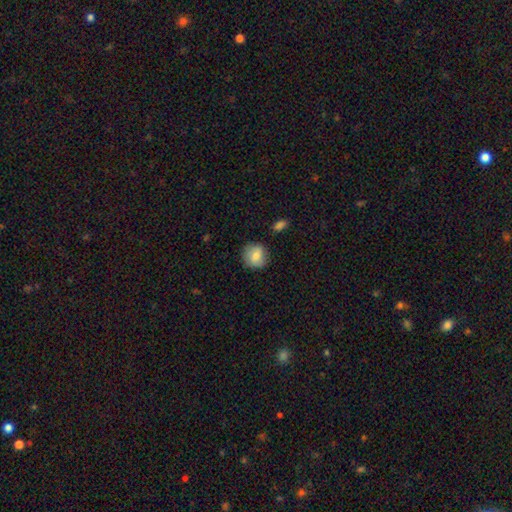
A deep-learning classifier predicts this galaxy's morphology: The model was most divided on "smooth or featured": smooth: 79%, featured or disk: 13%, star or artifact: 7%. More confident: how rounded — round (86%); merging — none (80%).